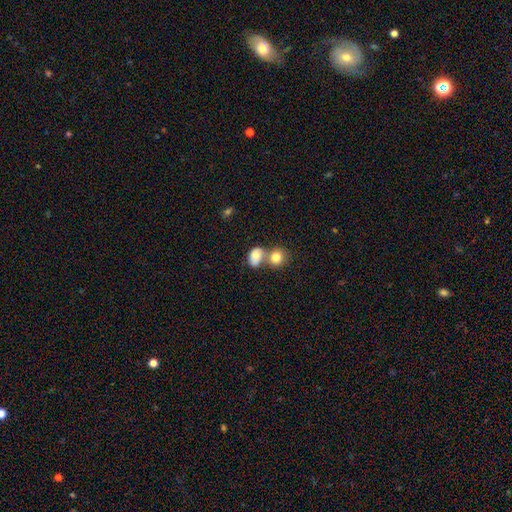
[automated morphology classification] A smooth galaxy with no disk features (78%) that is in between round and cigar-shaped (61%).

Vote fractions:
- Smooth or featured? smooth: 78% / featured or disk: 14% / star or artifact: 9%
- How rounded? in between: 61% / round: 37% / cigar-shaped: 1%
- Merging? merger: 52% / none: 31% / minor disturbance: 11% / major disturbance: 6%